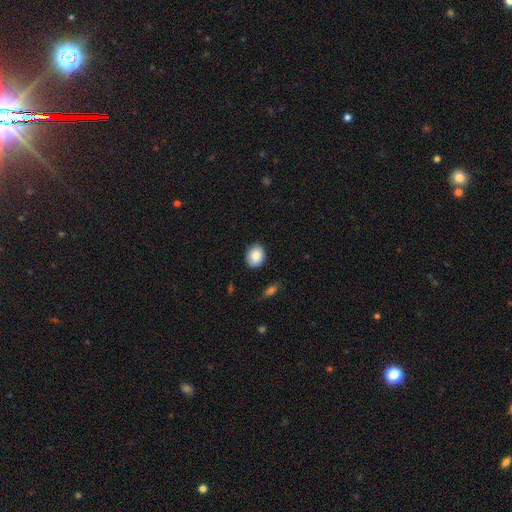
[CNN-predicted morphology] Overall: smooth (85%). How rounded: in between (56%; round 43%). Merging: none (87%).